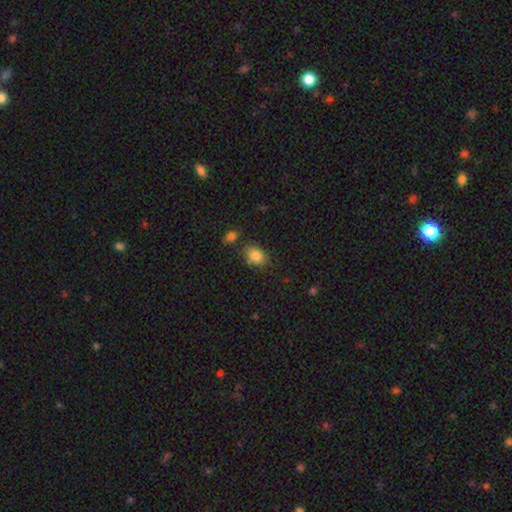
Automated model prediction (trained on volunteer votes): smooth-or-featured: smooth: 84% | star or artifact: 9% | featured or disk: 7%
  how-rounded: in between: 70% | round: 29% | cigar-shaped: 1%
  merging: none: 73% | minor disturbance: 16% | merger: 7% | major disturbance: 4%